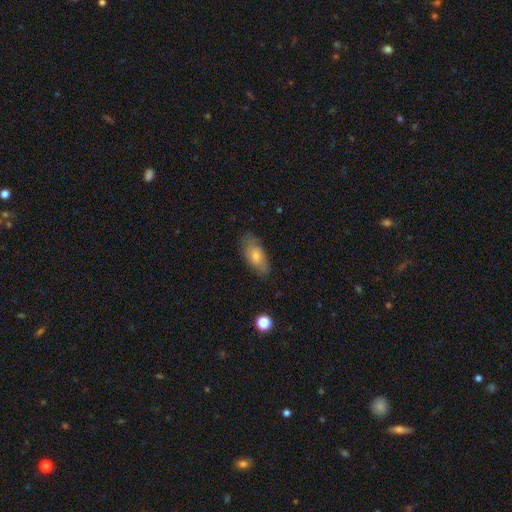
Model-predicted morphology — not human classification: The model was most divided on "smooth or featured": smooth: 65%, featured or disk: 26%, star or artifact: 8%. More confident: how rounded — in between (84%); merging — none (81%).